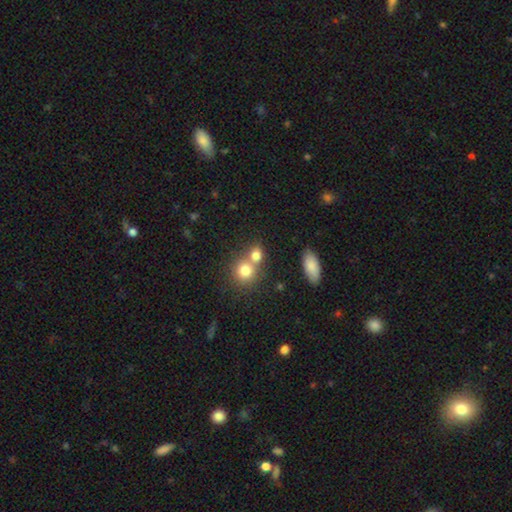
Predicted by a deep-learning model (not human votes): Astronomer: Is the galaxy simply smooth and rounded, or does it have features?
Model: smooth — 79%.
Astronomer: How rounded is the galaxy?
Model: round — 66%.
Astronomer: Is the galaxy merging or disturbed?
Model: merger — 52% (runner-up: none, 38%).